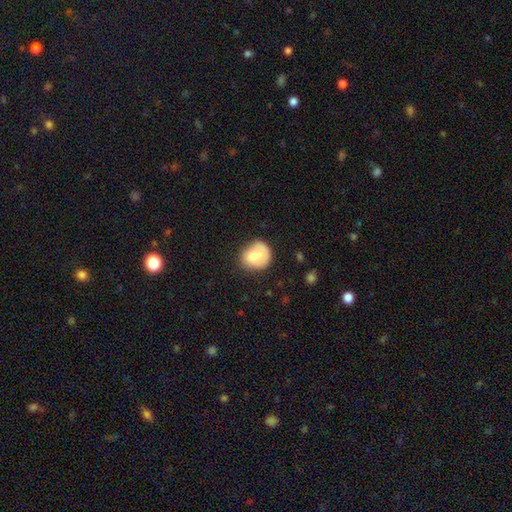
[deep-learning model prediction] A smooth galaxy with no disk features (67%) that is round (75%). Merging: none (53%).